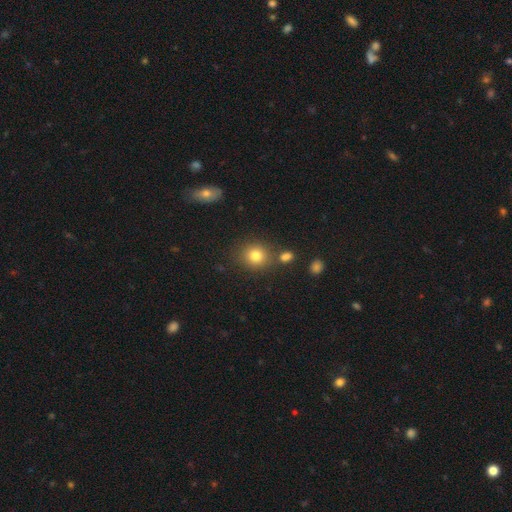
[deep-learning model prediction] This is clearly a smooth galaxy (80%). How rounded: clearly round (82%). Merging: likely none (77%).